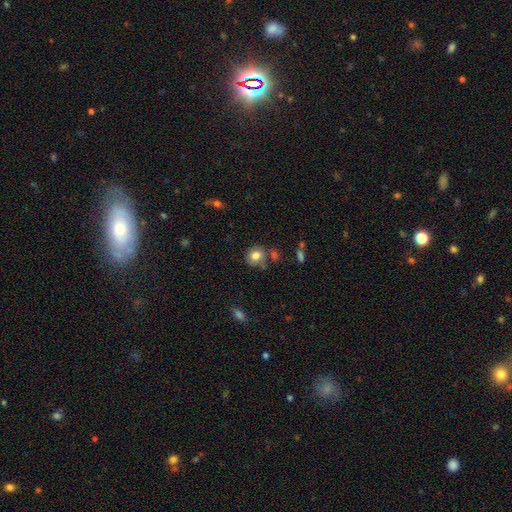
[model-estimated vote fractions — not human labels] A smooth galaxy with no disk features (80%) that is round (74%). Merging: none (65%).